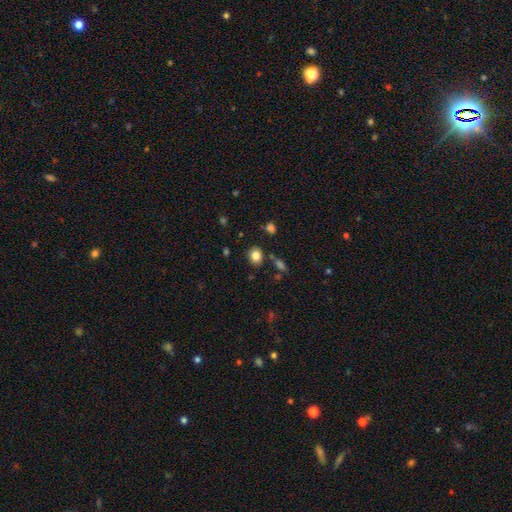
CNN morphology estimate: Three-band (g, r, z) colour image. It shows a smooth galaxy with no disk features (81%) that is round (68%). Merging: none (83%).